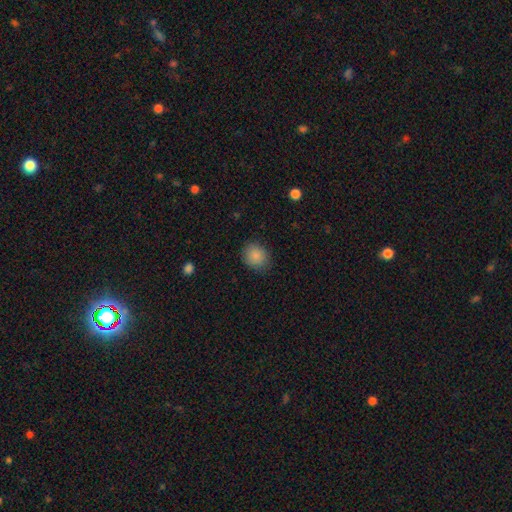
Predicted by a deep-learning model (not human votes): A smooth galaxy with no disk features (87%) that is round (71%). Merging: none (84%).